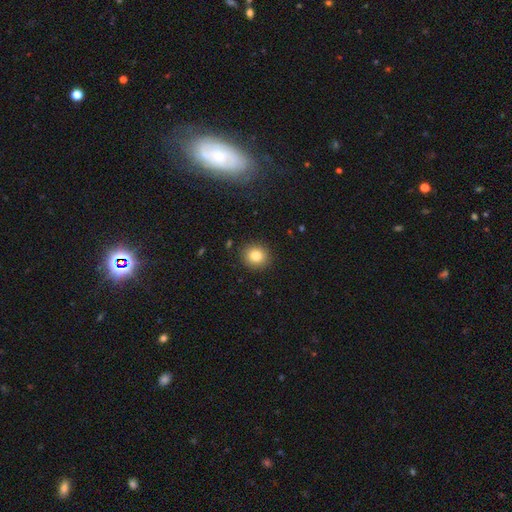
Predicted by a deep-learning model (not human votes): A smooth galaxy with no disk features (83%) that is round (82%).

Vote fractions:
- Smooth or featured? smooth: 83% / star or artifact: 10% / featured or disk: 7%
- How rounded? round: 82% / in between: 17% / cigar-shaped: 1%
- Merging? none: 89% / minor disturbance: 7% / major disturbance: 2% / merger: 1%